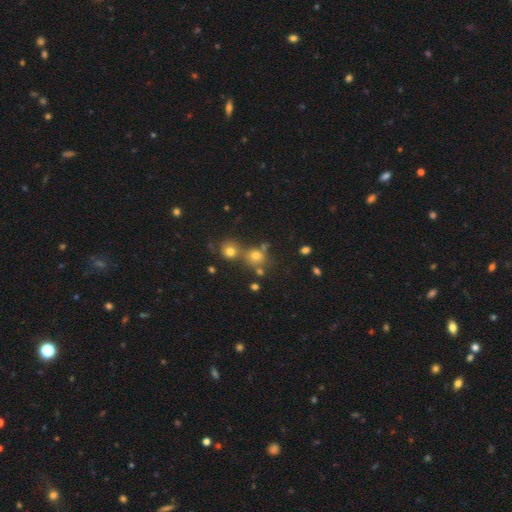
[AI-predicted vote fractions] Smooth or featured?
  - smooth: 70% *
  - star or artifact: 20%
  - featured or disk: 11%
How rounded?
  - round: 84% *
  - in between: 15%
  - cigar-shaped: 1%
Merging?
  - none: 54% *
  - merger: 33%
  - minor disturbance: 9%
  - major disturbance: 4%